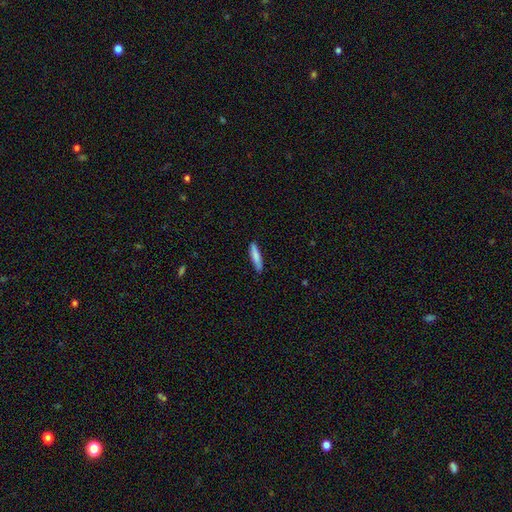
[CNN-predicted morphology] Smooth or featured? smooth (81%)
How rounded? cigar-shaped (84%)
Merging? none (85%)